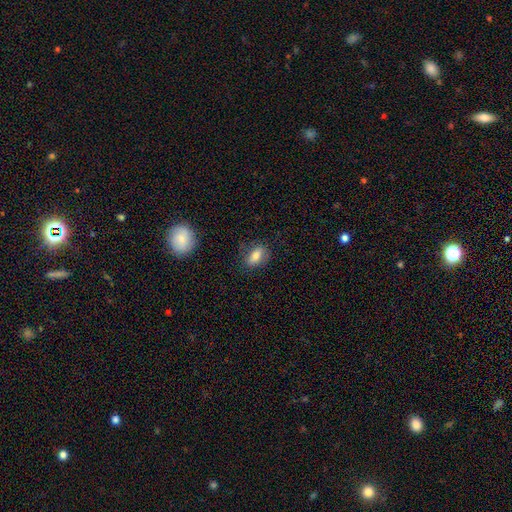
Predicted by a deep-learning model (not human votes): Smooth or featured? smooth (76%)
How rounded? in between (84%)
Merging? none (77%)